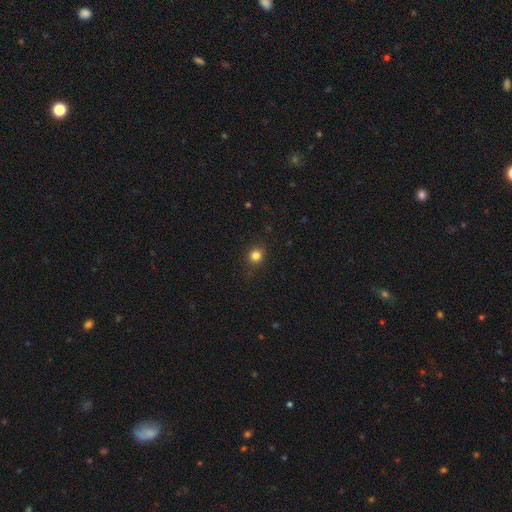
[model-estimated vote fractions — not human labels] Smooth or featured? Predicted: smooth (p=0.82). How rounded? Predicted: round (p=0.86). Merging? Predicted: none (p=0.89).